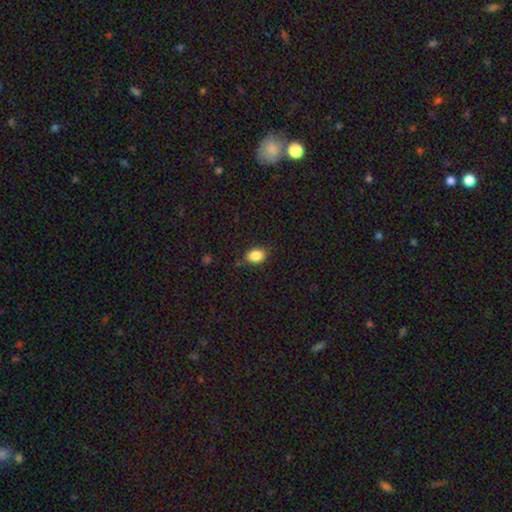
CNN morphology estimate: A smooth galaxy with no disk features (86%) that is in between round and cigar-shaped (75%).

Vote fractions:
- Smooth or featured? smooth: 86% / star or artifact: 9% / featured or disk: 5%
- How rounded? in between: 75% / round: 23% / cigar-shaped: 1%
- Merging? none: 81% / minor disturbance: 15% / major disturbance: 3% / merger: 2%